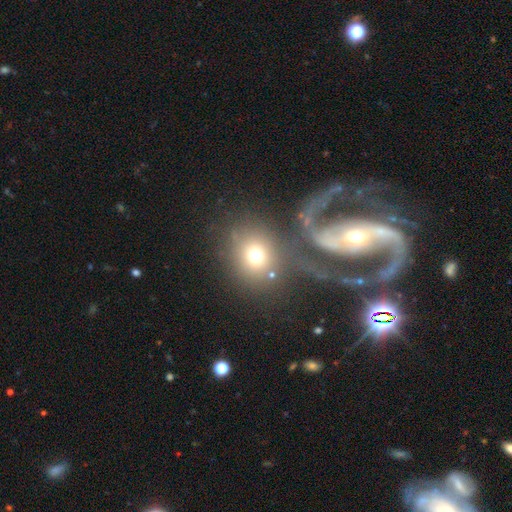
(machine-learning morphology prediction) The model was most divided on "merging": none: 47%, merger: 24%, major disturbance: 17%, minor disturbance: 12%. More confident: how rounded — round (77%); smooth or featured — smooth (65%).